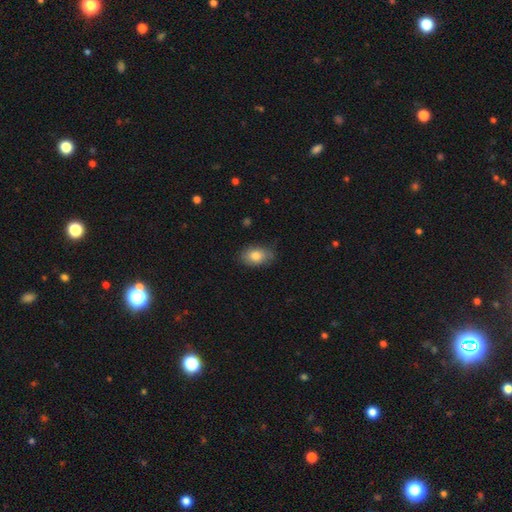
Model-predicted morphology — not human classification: smooth 82%, featured or disk 11%, star or artifact 7%. Down the decision tree: how rounded — in between (86%); merging — none (78%).